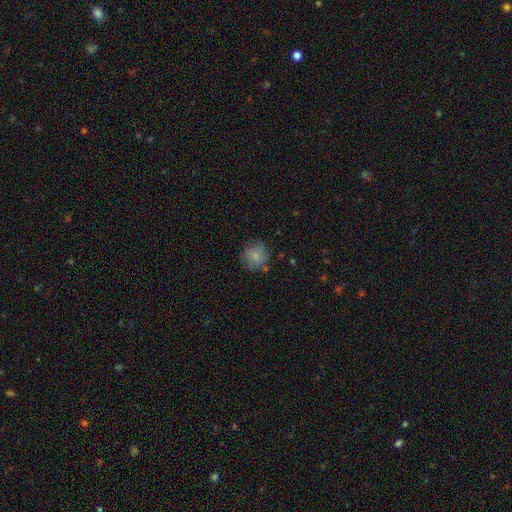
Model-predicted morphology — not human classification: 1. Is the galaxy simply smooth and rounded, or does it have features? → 81% smooth, 10% featured or disk, 9% star or artifact.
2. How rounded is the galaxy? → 89% round, 10% in between, 1% cigar-shaped.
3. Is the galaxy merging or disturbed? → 75% none, 16% minor disturbance, 5% major disturbance, 3% merger.